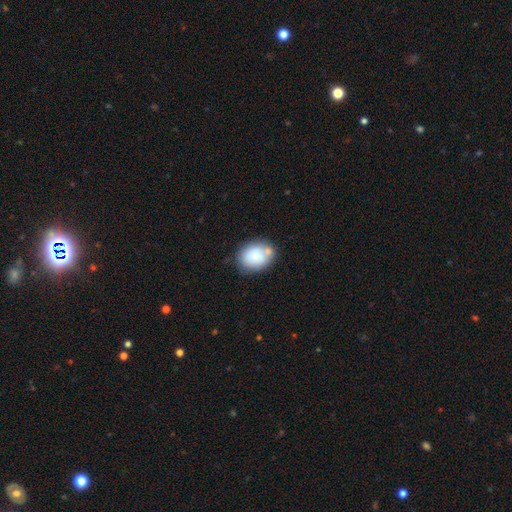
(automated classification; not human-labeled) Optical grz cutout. It shows a smooth galaxy with no disk features (77%) that is in between round and cigar-shaped (62%). Merging: none (59%).